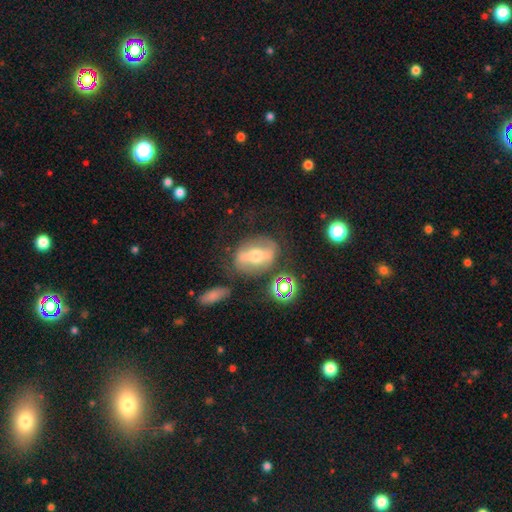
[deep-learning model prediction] Q: Smooth or featured?
A: featured or disk (61%); runner-up: smooth (28%)
Q: Edge-on disk?
A: no (82%); runner-up: yes (18%)
Q: Merging?
A: none (65%); runner-up: minor disturbance (17%)